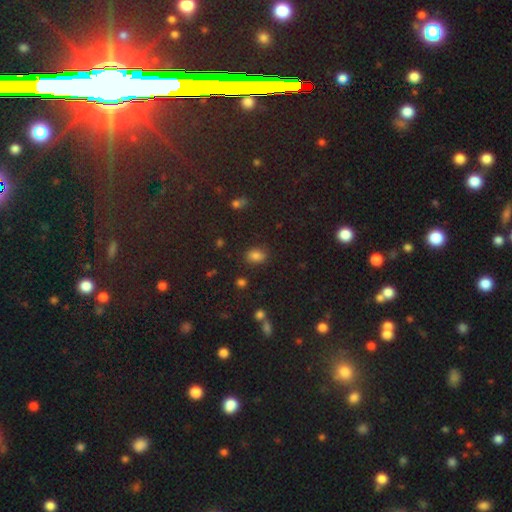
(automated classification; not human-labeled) A smooth galaxy with no disk features (79%) that is in between round and cigar-shaped (71%). Merging: none (82%).